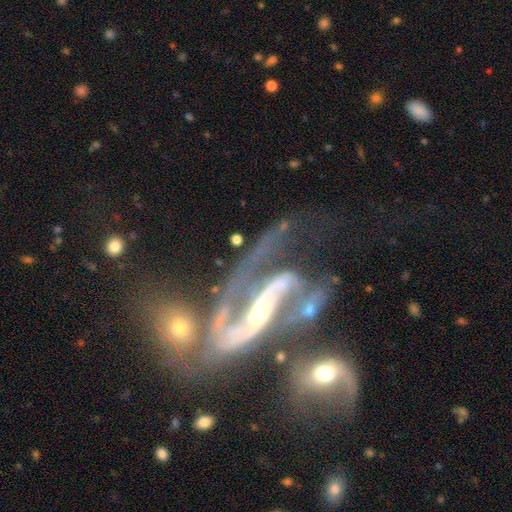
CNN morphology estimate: Smooth or featured? featured or disk (87%)
Edge-on disk? no (90%)
Bar? strong (48%)
Spiral arms? yes (92%)
Spiral winding? medium (43%)
Spiral arm count? 2 (76%)
Bulge size? small (56%)
Merging? merger (41%)